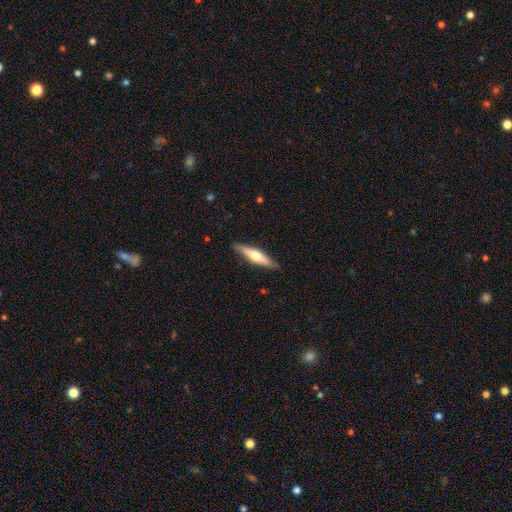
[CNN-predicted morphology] The model was most divided on "smooth or featured": featured or disk: 51%, smooth: 44%, star or artifact: 5%. More confident: edge-on disk — yes (94%); merging — none (88%).